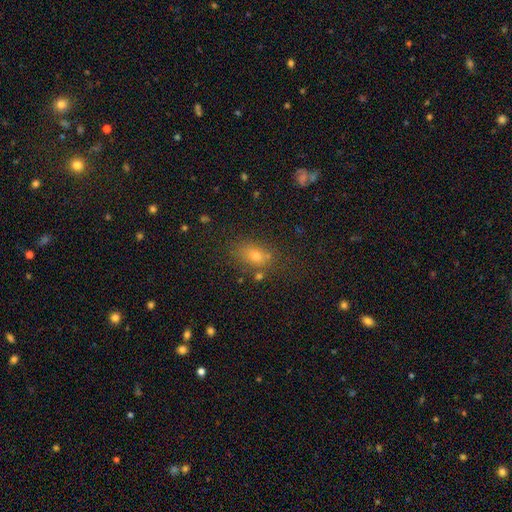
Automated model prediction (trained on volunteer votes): Smooth or featured? Predicted: smooth (p=0.67). How rounded? Predicted: in between (p=0.67). Merging? Predicted: none (p=0.72).